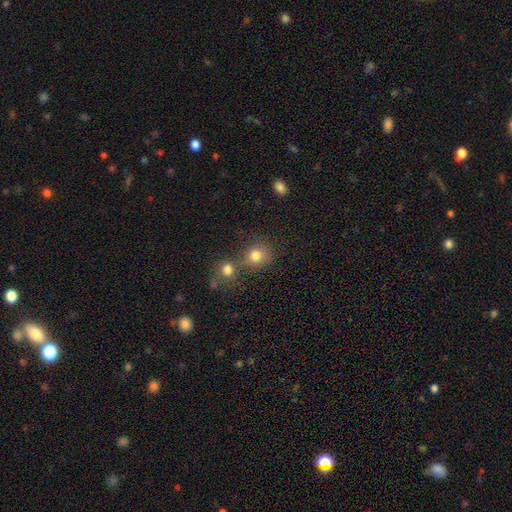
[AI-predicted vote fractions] Smooth or featured?
  - smooth: 79% *
  - star or artifact: 14%
  - featured or disk: 8%
How rounded?
  - round: 84% *
  - in between: 14%
  - cigar-shaped: 1%
Merging?
  - none: 55% *
  - merger: 30%
  - minor disturbance: 10%
  - major disturbance: 5%